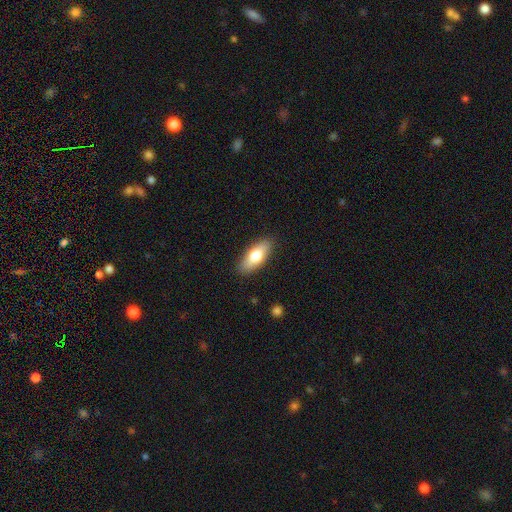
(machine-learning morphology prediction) smooth 71%, featured or disk 23%, star or artifact 6%. Down the decision tree: how rounded — in between (73%); merging — none (88%).